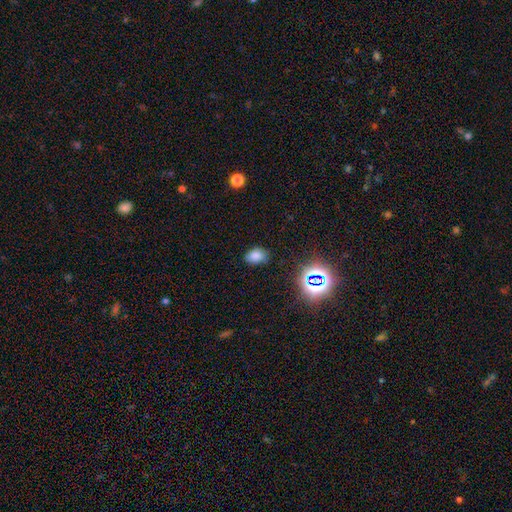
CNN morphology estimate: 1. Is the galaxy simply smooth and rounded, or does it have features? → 75% smooth, 18% star or artifact, 7% featured or disk.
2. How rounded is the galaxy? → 78% in between, 21% round, 1% cigar-shaped.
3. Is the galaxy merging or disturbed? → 78% none, 16% minor disturbance, 4% major disturbance, 2% merger.